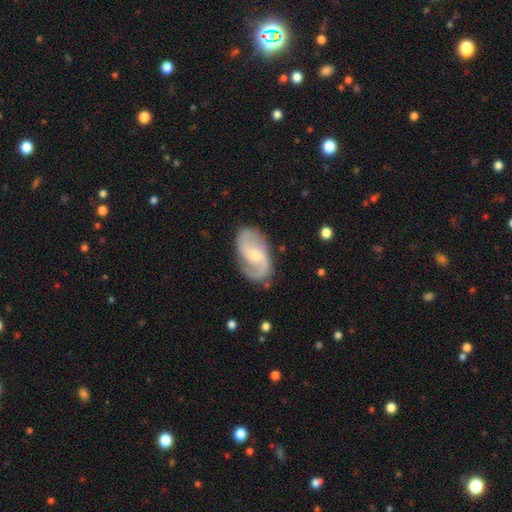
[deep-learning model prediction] Morphology: type=featured or disk (84%); edge-on=no (97%); bar=weak (47%); spiral arms=yes (96%); winding=medium (48%); arm count=2 (88%); bulge=small (45%); merging=none (76%).